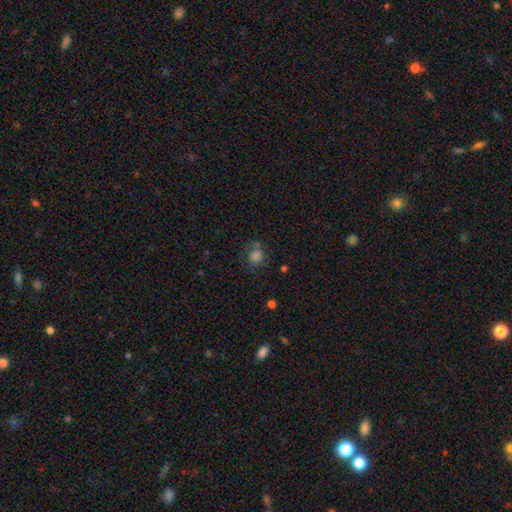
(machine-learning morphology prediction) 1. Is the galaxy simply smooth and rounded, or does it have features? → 65% smooth, 20% featured or disk, 15% star or artifact.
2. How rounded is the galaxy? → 67% round, 32% in between, 1% cigar-shaped.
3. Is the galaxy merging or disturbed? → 52% none, 24% minor disturbance, 20% major disturbance, 4% merger.